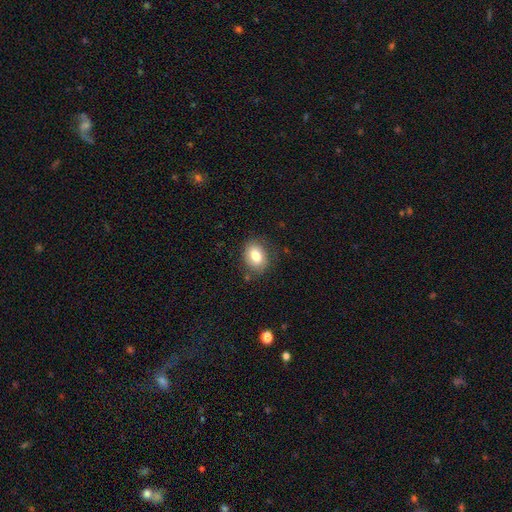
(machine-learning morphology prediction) smooth 82%, featured or disk 10%, star or artifact 8%. Down the decision tree: how rounded — in between (71%); merging — none (80%).